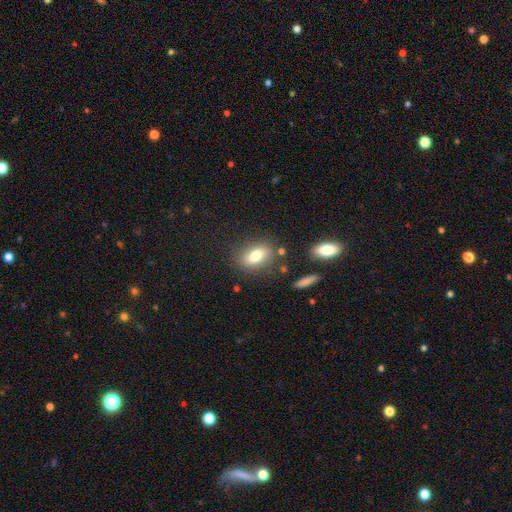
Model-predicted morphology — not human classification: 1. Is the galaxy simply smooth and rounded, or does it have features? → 76% smooth, 14% featured or disk, 10% star or artifact.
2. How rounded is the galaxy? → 81% in between, 13% round, 6% cigar-shaped.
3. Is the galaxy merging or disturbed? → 78% none, 13% minor disturbance, 5% merger, 5% major disturbance.